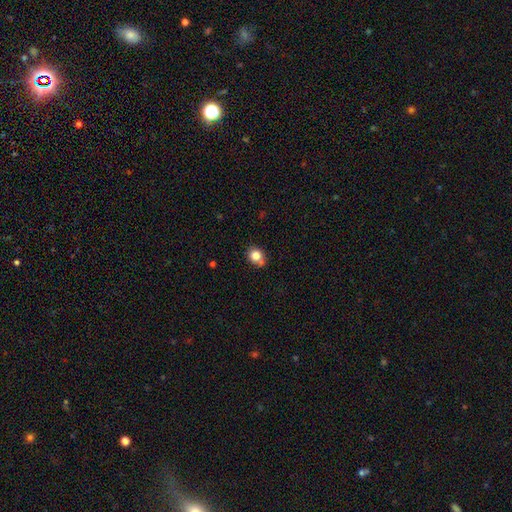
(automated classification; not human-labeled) Morphology: type=smooth (81%); roundness=round (67%); merging=none (64%).